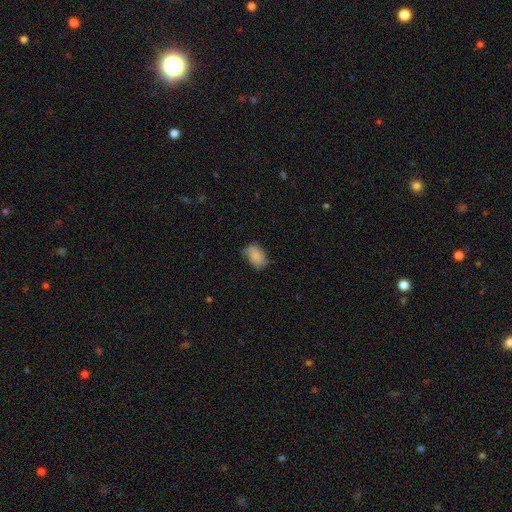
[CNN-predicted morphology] Smooth or featured? smooth (80%)
How rounded? in between (86%)
Merging? none (56%)